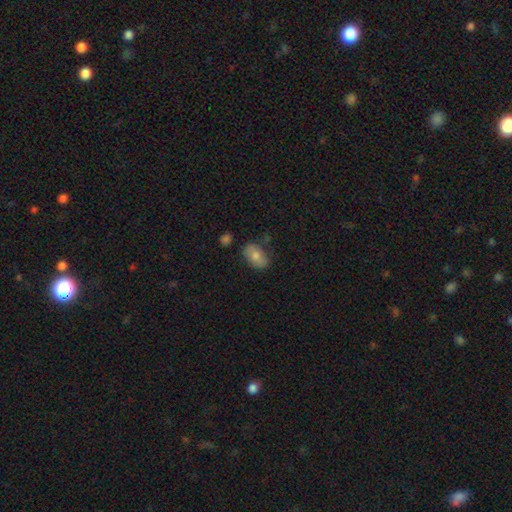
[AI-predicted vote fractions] This is likely a smooth galaxy (76%). How rounded: clearly in between (90%). Merging: likely none (72%).